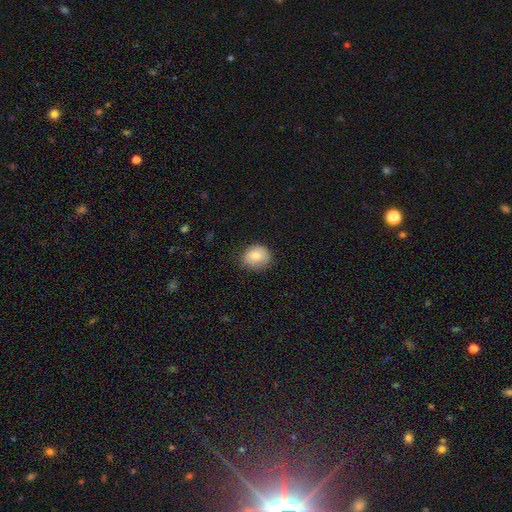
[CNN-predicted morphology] Smooth or featured: smooth — 82% (featured or disk — 9%)
How rounded: round — 69% (in between — 30%)
Merging: none — 74% (minor disturbance — 20%)